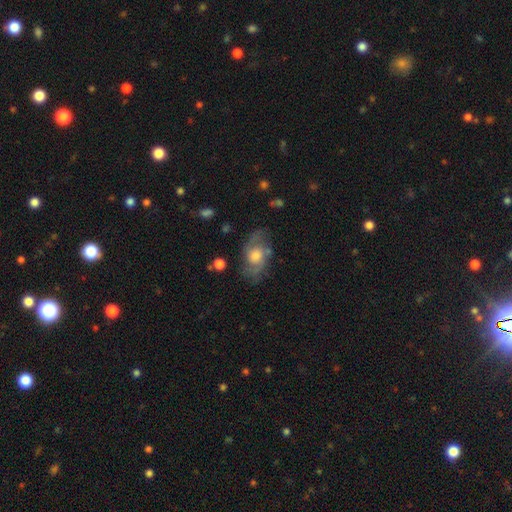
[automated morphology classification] This appears to be a featured or disk galaxy (68%) with no bar (74%), 2 (69%) medium (48%) spiral arms (84%) and a moderate central bulge (57%). Merging: none (68%).